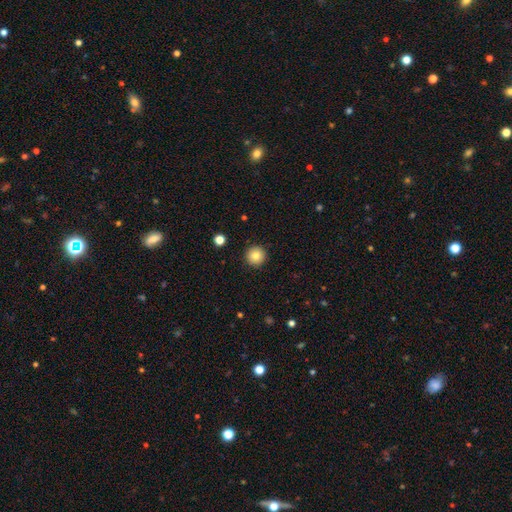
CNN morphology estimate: Smooth or featured?
  - smooth: 82% *
  - star or artifact: 10%
  - featured or disk: 8%
How rounded?
  - round: 96% *
  - in between: 3%
  - cigar-shaped: 1%
Merging?
  - none: 93% *
  - minor disturbance: 5%
  - major disturbance: 2%
  - merger: 1%